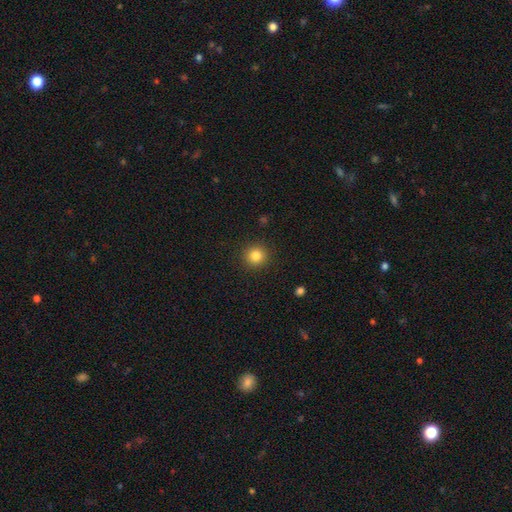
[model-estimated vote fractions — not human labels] Overall: smooth (83%). How rounded: round (94%). Merging: none (91%).